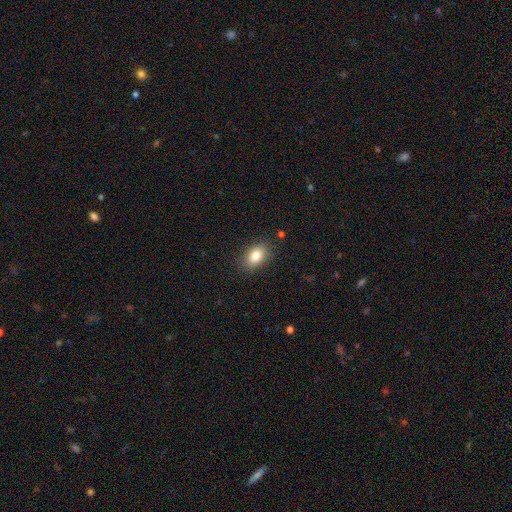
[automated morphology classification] This appears to be a smooth galaxy with no disk features (81%) that is in between round and cigar-shaped (84%). Merging: none (85%).